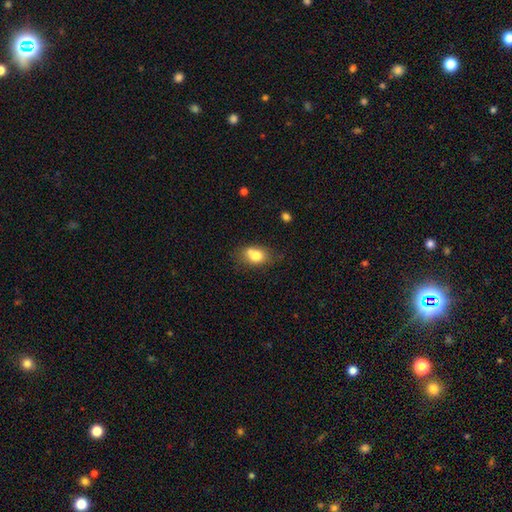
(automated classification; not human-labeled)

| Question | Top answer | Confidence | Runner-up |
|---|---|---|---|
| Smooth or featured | smooth | 75% | featured or disk (15%) |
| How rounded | in between | 70% | round (28%) |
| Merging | none | 51% | merger (23%) |